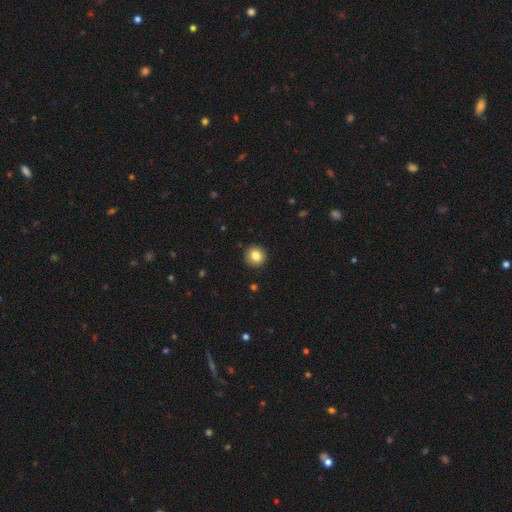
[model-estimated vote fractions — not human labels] Smooth or featured? smooth (84%)
How rounded? round (91%)
Merging? none (92%)